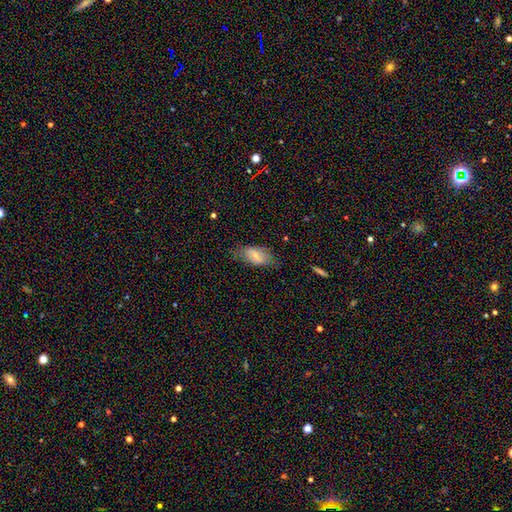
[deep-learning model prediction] A smooth galaxy with no disk features (63%) that is in between round and cigar-shaped (90%). Merging: none (67%).